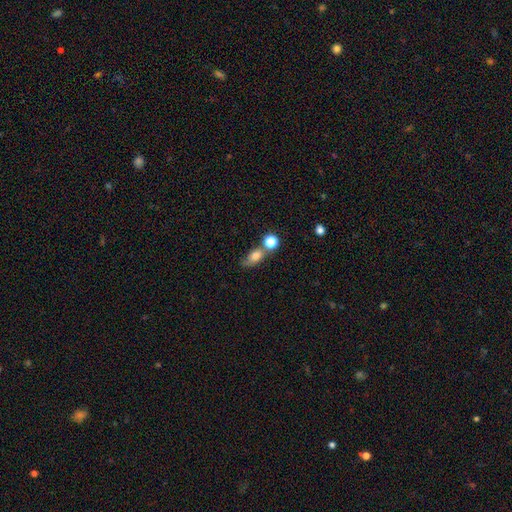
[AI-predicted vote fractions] Smooth or featured? Predicted: smooth (p=0.75). How rounded? Predicted: in between (p=0.65). Merging? Predicted: none (p=0.44).